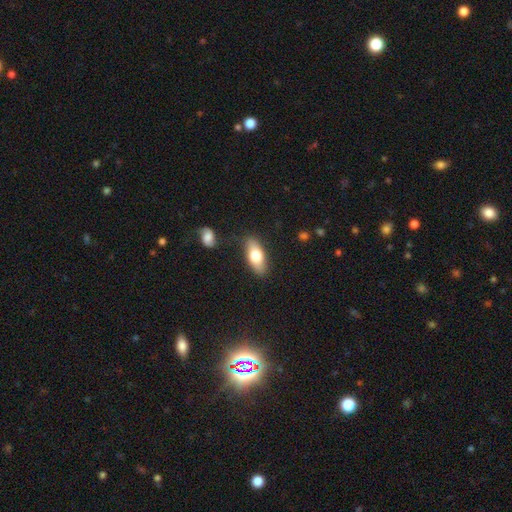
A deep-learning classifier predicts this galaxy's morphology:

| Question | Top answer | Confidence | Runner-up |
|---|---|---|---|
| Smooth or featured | smooth | 71% | featured or disk (23%) |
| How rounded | in between | 82% | cigar-shaped (15%) |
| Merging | none | 82% | minor disturbance (12%) |